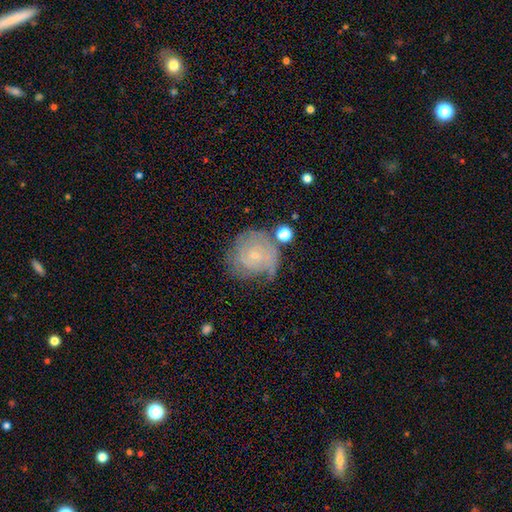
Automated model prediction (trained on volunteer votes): A featured or disk galaxy (67%) with no bar (75%), tight (66%) spiral arms (82%) and a small central bulge (81%).

Vote fractions:
- Smooth or featured? featured or disk: 67% / smooth: 25% / star or artifact: 8%
- Edge-on disk? no: 98% / yes: 2%
- Bar? no: 75% / weak: 22% / strong: 3%
- Spiral arms? yes: 82% / no: 18%
- Spiral winding? tight: 66% / medium: 25% / loose: 9%
- Spiral arm count? can't tell: 49% / 2: 21% / 3: 13% / 1: 6% / 4: 6% / more than 4: 4%
- Bulge size? small: 81% / moderate: 14% / none: 3% / large: 1% / dominant: 1%
- Merging? none: 53% / minor disturbance: 27% / major disturbance: 14% / merger: 7%